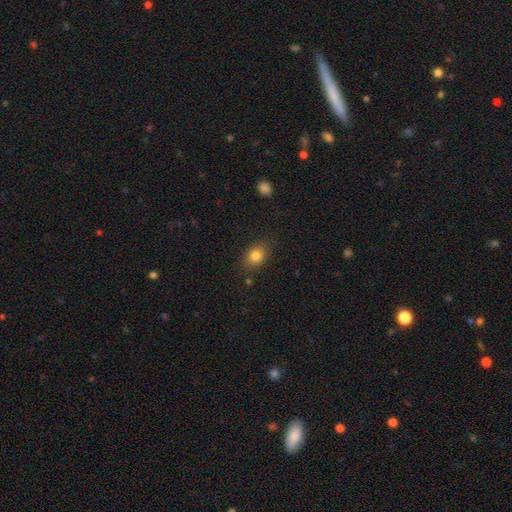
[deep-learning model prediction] Q: Smooth or featured?
A: smooth (82%); runner-up: star or artifact (10%)
Q: How rounded?
A: in between (56%); runner-up: round (43%)
Q: Merging?
A: none (80%); runner-up: minor disturbance (14%)